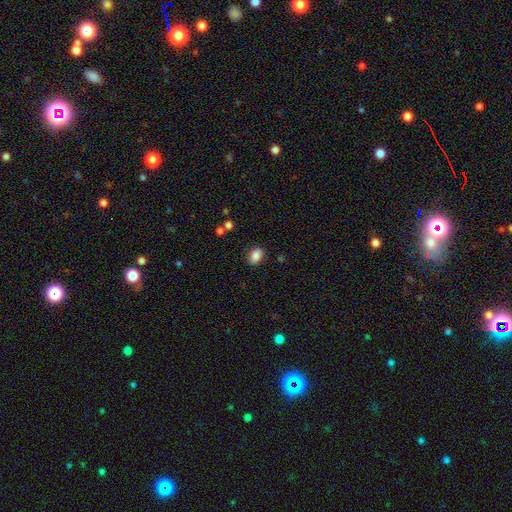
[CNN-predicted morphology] Q: Smooth or featured?
A: smooth (85%); runner-up: star or artifact (9%)
Q: How rounded?
A: in between (78%); runner-up: round (21%)
Q: Merging?
A: none (84%); runner-up: minor disturbance (11%)